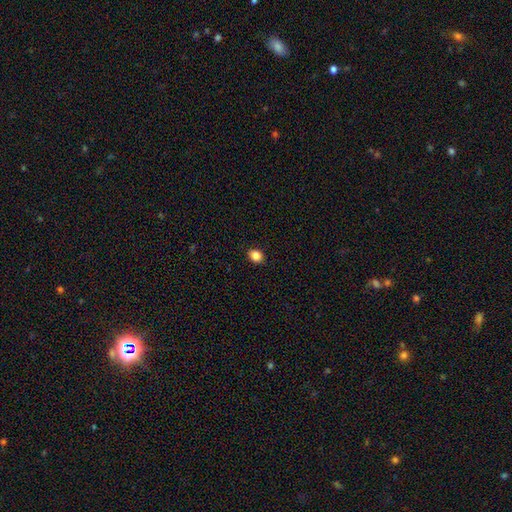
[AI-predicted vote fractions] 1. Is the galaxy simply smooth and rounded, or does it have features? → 85% smooth, 10% star or artifact, 5% featured or disk.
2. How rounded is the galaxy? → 55% round, 44% in between, 1% cigar-shaped.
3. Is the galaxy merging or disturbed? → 91% none, 7% minor disturbance, 2% major disturbance, 1% merger.